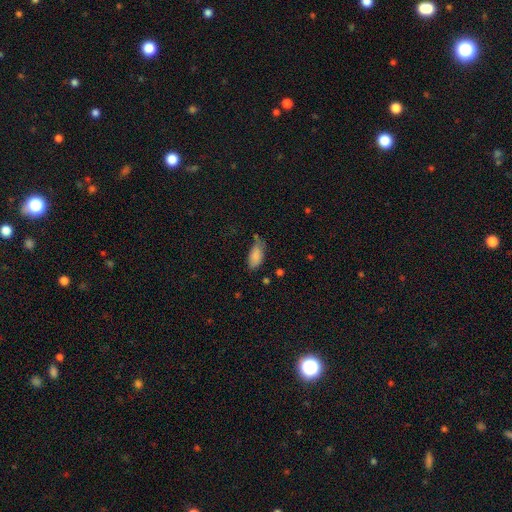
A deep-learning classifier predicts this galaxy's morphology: type=smooth (86%); roundness=in between (88%); merging=none (55%).